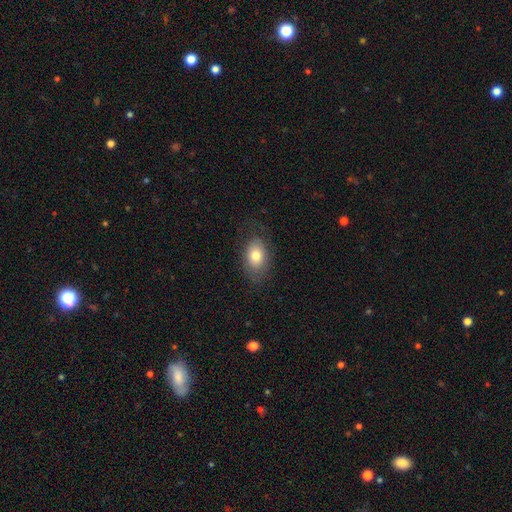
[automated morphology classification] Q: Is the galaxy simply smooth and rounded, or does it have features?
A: smooth — 76%.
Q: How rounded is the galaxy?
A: in between — 83%.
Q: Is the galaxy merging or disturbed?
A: none — 77%.